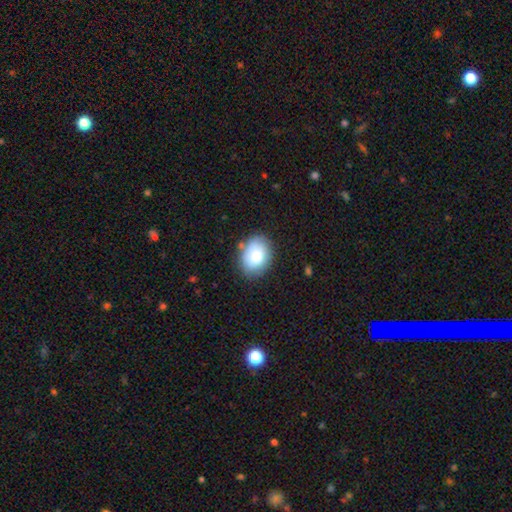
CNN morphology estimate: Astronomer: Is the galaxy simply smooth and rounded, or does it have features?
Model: smooth — 78%.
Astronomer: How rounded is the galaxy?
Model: in between — 65%.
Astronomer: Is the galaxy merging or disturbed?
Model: none — 75%.